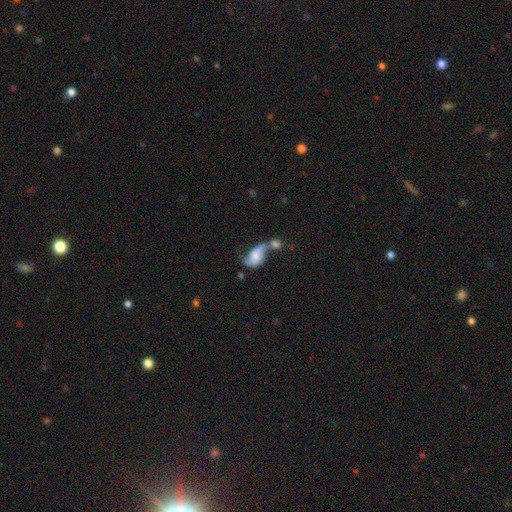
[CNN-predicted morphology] Smooth or featured: featured or disk — 60% (smooth — 32%)
Edge-on disk: no — 95% (yes — 5%)
Bar: no — 60% (weak — 31%)
Spiral arms: yes — 84% (no — 16%)
Bulge size: small — 36% (moderate — 33%)
Merging: merger — 59% (none — 17%)